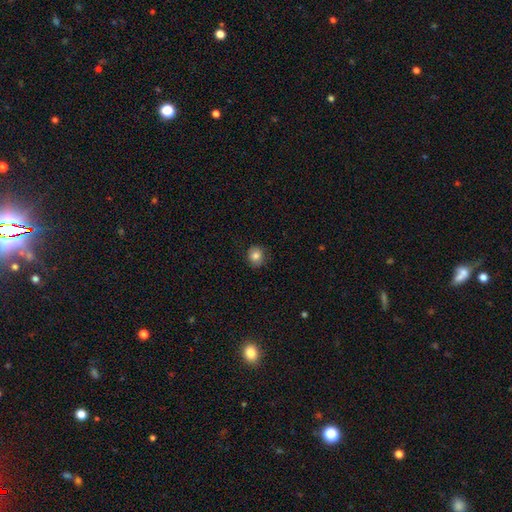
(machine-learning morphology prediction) Q: Smooth or featured?
A: smooth (82%); runner-up: star or artifact (10%)
Q: How rounded?
A: round (83%); runner-up: in between (16%)
Q: Merging?
A: none (84%); runner-up: minor disturbance (12%)